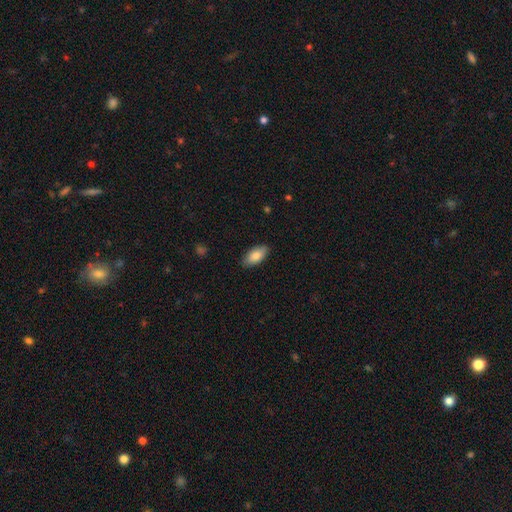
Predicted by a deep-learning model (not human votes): Morphology: type=smooth (85%); roundness=in between (91%); merging=none (87%).